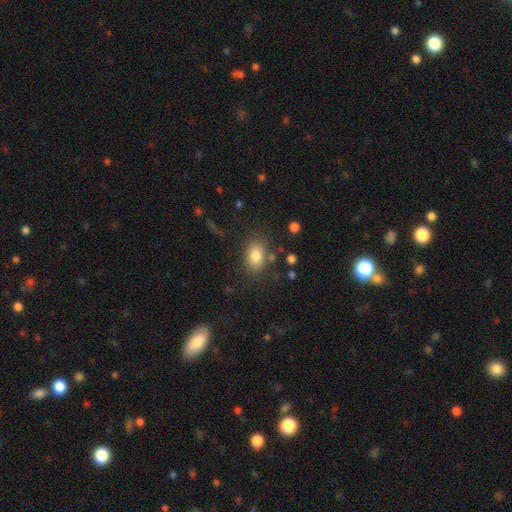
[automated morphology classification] Smooth or featured? smooth (83%)
How rounded? in between (85%)
Merging? none (79%)